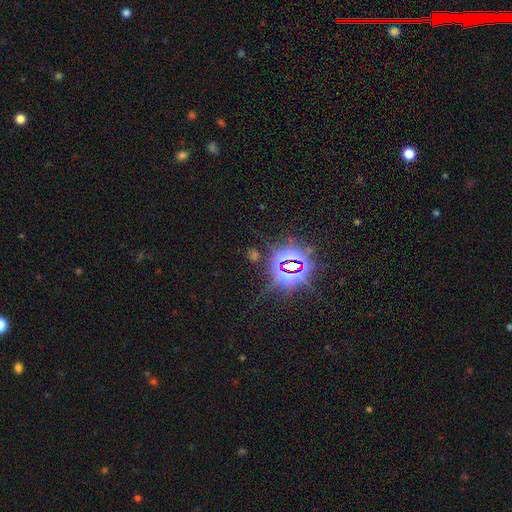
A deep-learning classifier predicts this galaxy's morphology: star or artifact 82%, smooth 11%, featured or disk 7%.